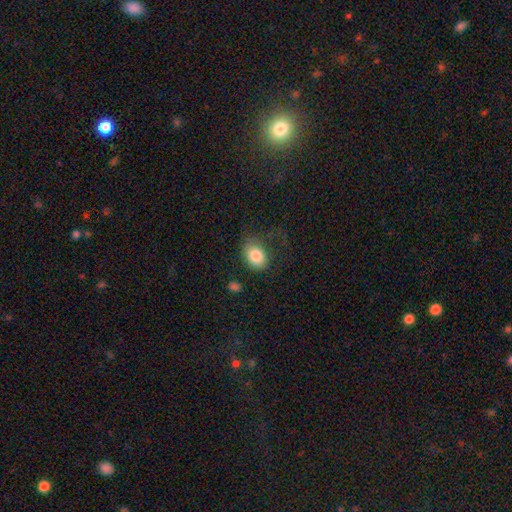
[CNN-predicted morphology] Smooth or featured? Predicted: smooth (p=0.83). How rounded? Predicted: in between (p=0.71). Merging? Predicted: none (p=0.59).